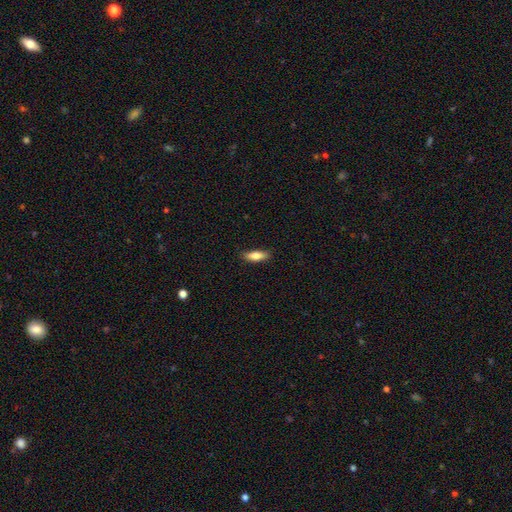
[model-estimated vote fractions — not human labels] Smooth or featured: smooth — 78% (featured or disk — 16%)
How rounded: in between — 55% (cigar-shaped — 43%)
Merging: none — 85% (minor disturbance — 11%)